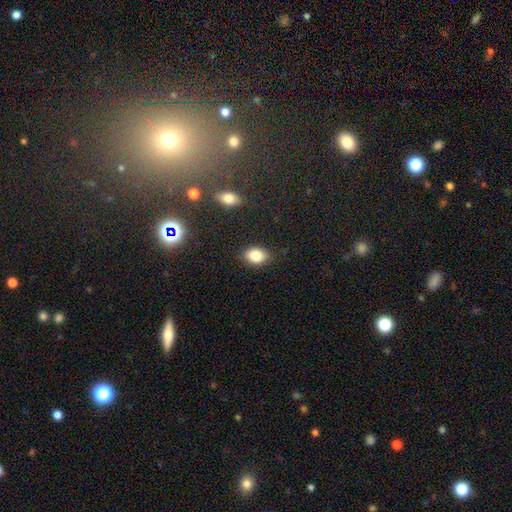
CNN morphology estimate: Smooth or featured: smooth — 83% (star or artifact — 10%)
How rounded: in between — 77% (round — 22%)
Merging: none — 83% (minor disturbance — 13%)